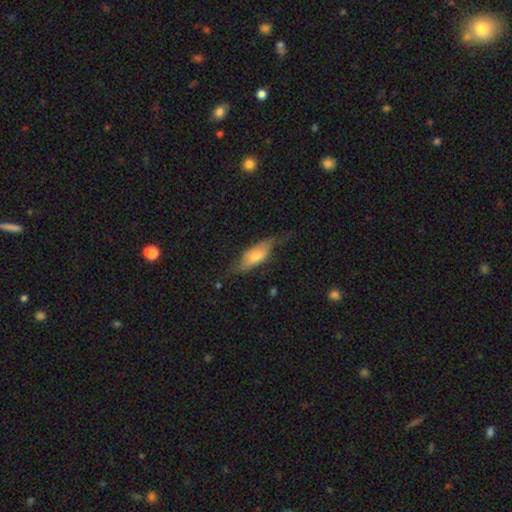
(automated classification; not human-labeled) This appears to be a smooth galaxy with no disk features (50%) that is in between round and cigar-shaped (67%). Merging: none (55%).